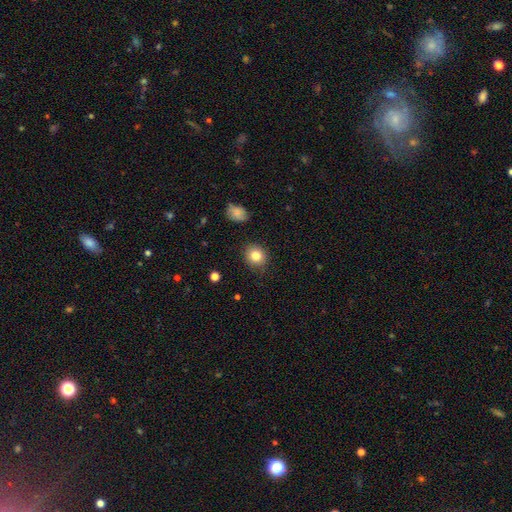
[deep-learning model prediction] A smooth galaxy with no disk features (83%) that is round (77%).

Vote fractions:
- Smooth or featured? smooth: 83% / star or artifact: 10% / featured or disk: 7%
- How rounded? round: 77% / in between: 22% / cigar-shaped: 1%
- Merging? none: 83% / minor disturbance: 12% / major disturbance: 3% / merger: 2%